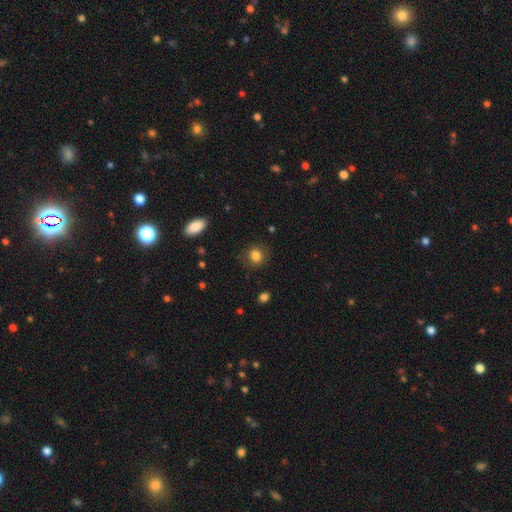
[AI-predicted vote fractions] smooth 83%, star or artifact 10%, featured or disk 6%. Down the decision tree: how rounded — round (74%); merging — none (81%).